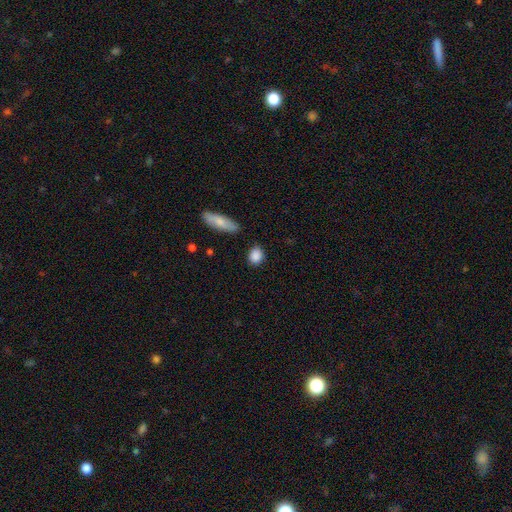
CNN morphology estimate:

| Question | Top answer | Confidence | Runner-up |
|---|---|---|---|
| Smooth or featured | smooth | 87% | star or artifact (7%) |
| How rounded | in between | 53% | round (44%) |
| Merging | none | 81% | minor disturbance (12%) |